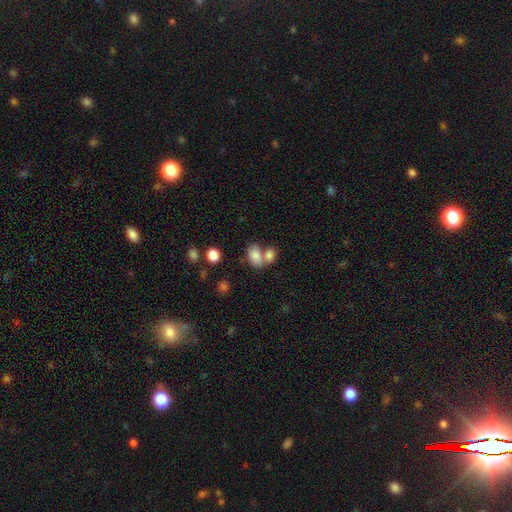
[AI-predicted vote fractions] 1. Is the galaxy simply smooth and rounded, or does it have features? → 82% smooth, 10% featured or disk, 9% star or artifact.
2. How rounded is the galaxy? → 85% in between, 13% round, 2% cigar-shaped.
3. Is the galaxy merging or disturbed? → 47% merger, 36% none, 11% minor disturbance, 5% major disturbance.